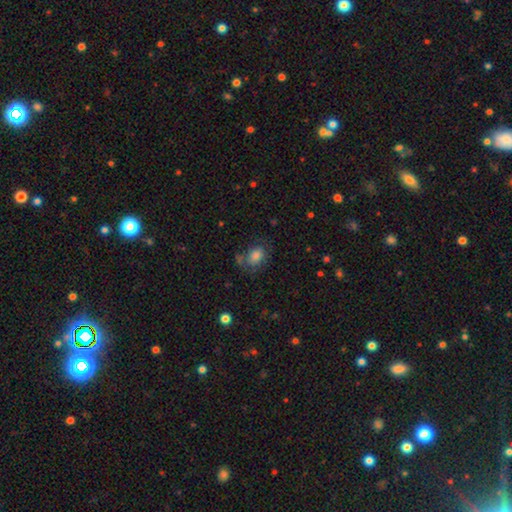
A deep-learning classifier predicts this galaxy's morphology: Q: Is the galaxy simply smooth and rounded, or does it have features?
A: smooth — 73%.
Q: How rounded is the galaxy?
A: in between — 70%.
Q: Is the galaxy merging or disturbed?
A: none — 53%.